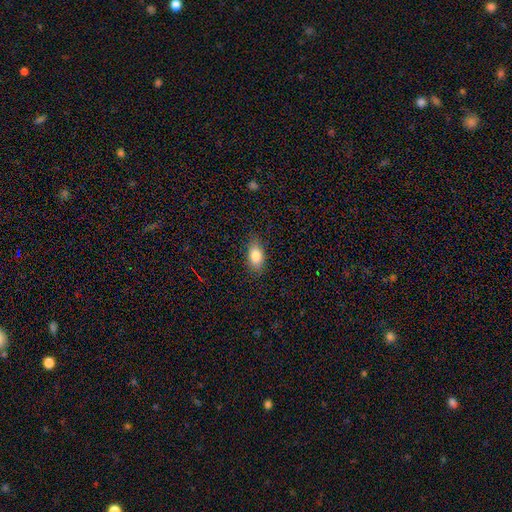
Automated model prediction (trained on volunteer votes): smooth-or-featured: smooth: 84% | featured or disk: 8% | star or artifact: 8%
  how-rounded: in between: 87% | round: 7% | cigar-shaped: 6%
  merging: none: 82% | minor disturbance: 13% | major disturbance: 3% | merger: 1%